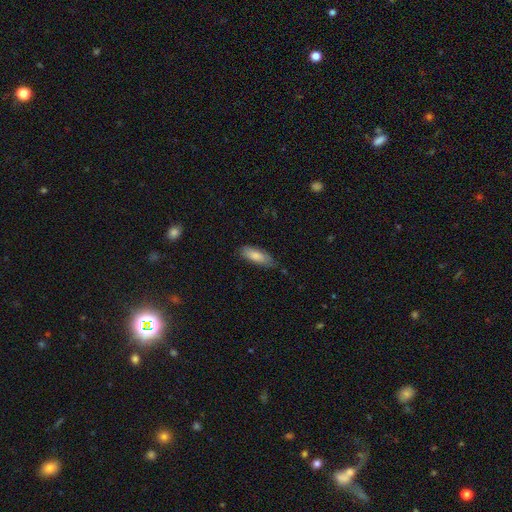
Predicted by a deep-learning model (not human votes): smooth_or_featured: smooth (p=0.82) [alt: featured or disk p=0.12]
how_rounded: in between (p=0.67) [alt: cigar-shaped p=0.31]
merging: none (p=0.71) [alt: minor disturbance p=0.24]